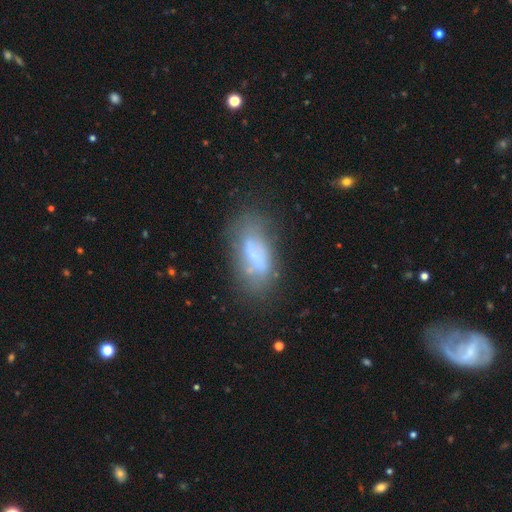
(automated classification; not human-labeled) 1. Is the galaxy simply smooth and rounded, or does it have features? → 51% smooth, 38% featured or disk, 11% star or artifact.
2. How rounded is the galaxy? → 77% in between, 20% cigar-shaped, 3% round.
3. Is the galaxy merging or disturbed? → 52% none, 25% minor disturbance, 16% major disturbance, 7% merger.